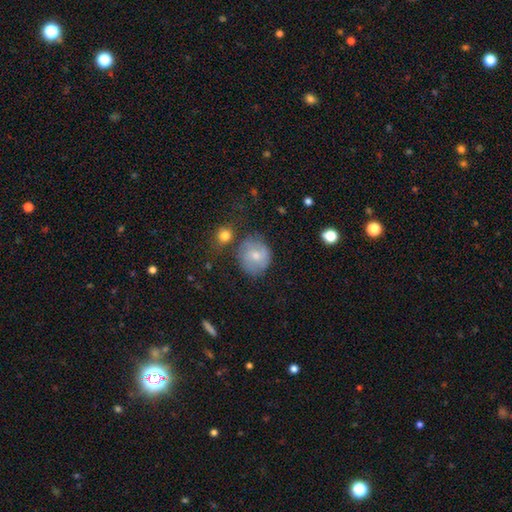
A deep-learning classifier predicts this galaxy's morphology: type=smooth (56%); roundness=round (82%); merging=none (62%).